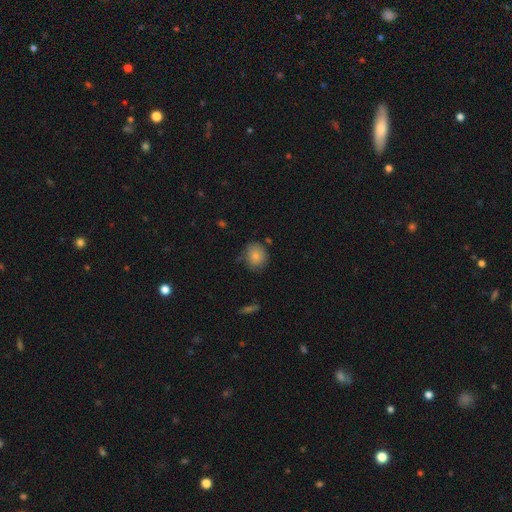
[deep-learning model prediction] This is clearly a smooth galaxy (82%). How rounded: likely round (69%). Merging: likely none (71%).